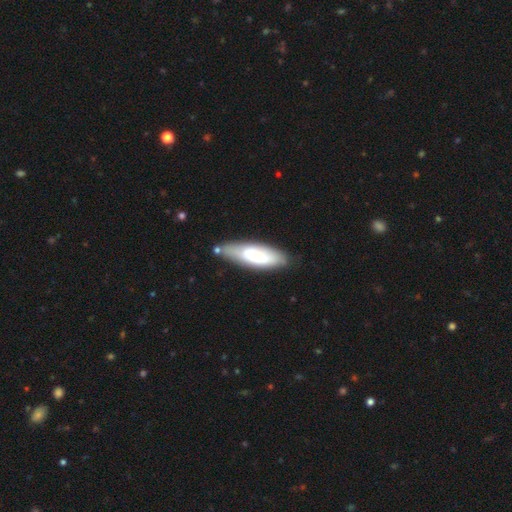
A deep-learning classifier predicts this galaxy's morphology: type=smooth (61%); roundness=in between (50%); merging=none (65%).